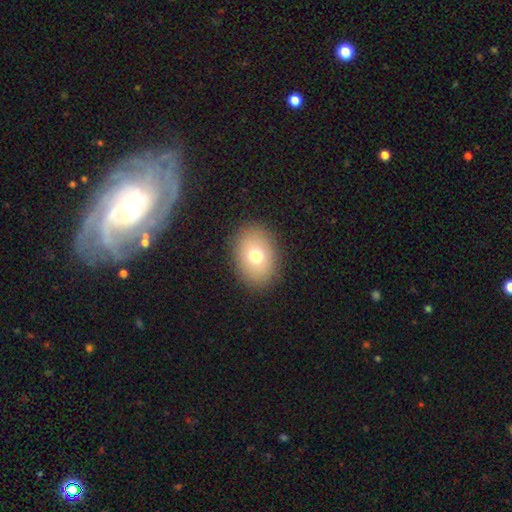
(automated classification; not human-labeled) This appears to be a smooth galaxy with no disk features (73%) that is in between round and cigar-shaped (70%). Merging: none (87%).